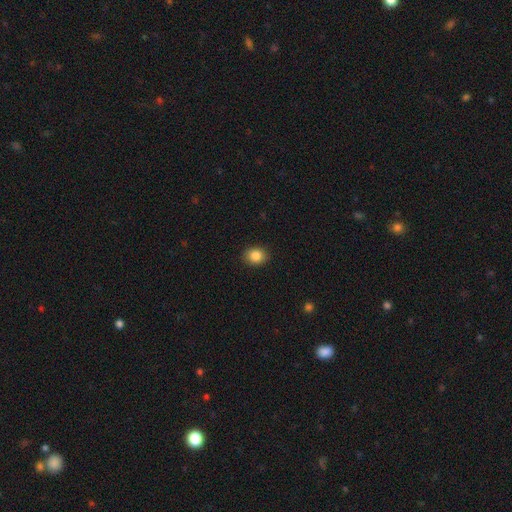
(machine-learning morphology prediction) smooth_or_featured: smooth (p=0.86) [alt: star or artifact p=0.09]
how_rounded: round (p=0.59) [alt: in between p=0.40]
merging: none (p=0.89) [alt: minor disturbance p=0.08]